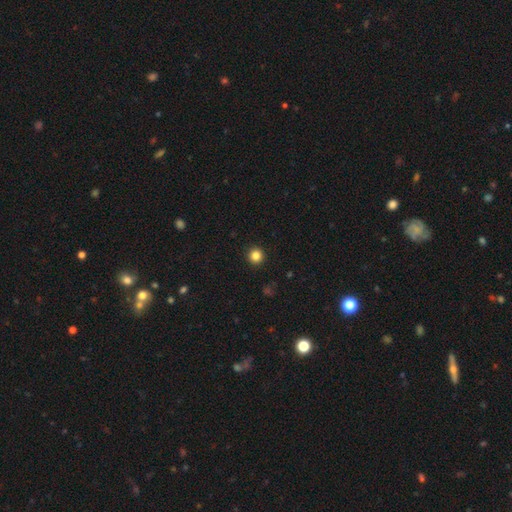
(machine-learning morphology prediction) Smooth or featured?
  - smooth: 84% *
  - star or artifact: 12%
  - featured or disk: 4%
How rounded?
  - round: 95% *
  - in between: 4%
  - cigar-shaped: 1%
Merging?
  - none: 93% *
  - minor disturbance: 4%
  - major disturbance: 2%
  - merger: 1%